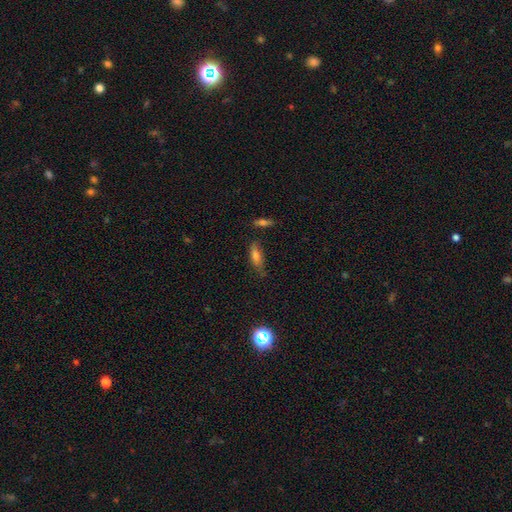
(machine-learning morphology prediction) A smooth galaxy with no disk features (70%) that is in between round and cigar-shaped (61%).

Vote fractions:
- Smooth or featured? smooth: 70% / featured or disk: 17% / star or artifact: 13%
- How rounded? in between: 61% / cigar-shaped: 36% / round: 3%
- Merging? none: 64% / minor disturbance: 25% / major disturbance: 7% / merger: 4%